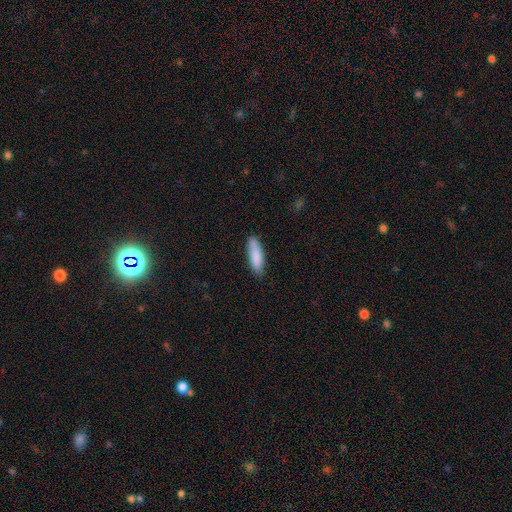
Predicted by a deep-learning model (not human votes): Smooth or featured: smooth — 86% (featured or disk — 9%)
How rounded: cigar-shaped — 53% (in between — 45%)
Merging: none — 81% (minor disturbance — 15%)